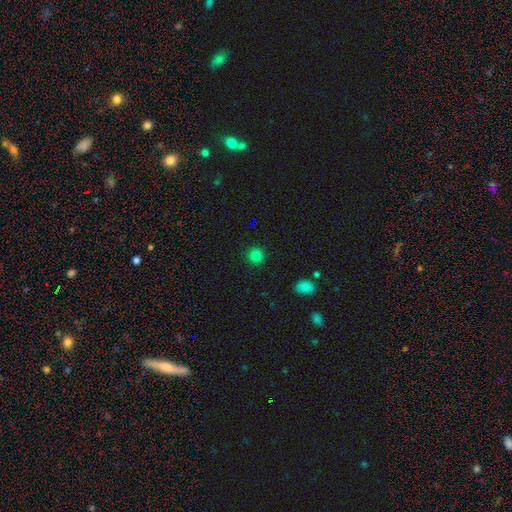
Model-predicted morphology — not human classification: The model was most divided on "smooth or featured": smooth: 80%, star or artifact: 15%, featured or disk: 5%. More confident: how rounded — round (94%); merging — none (91%).